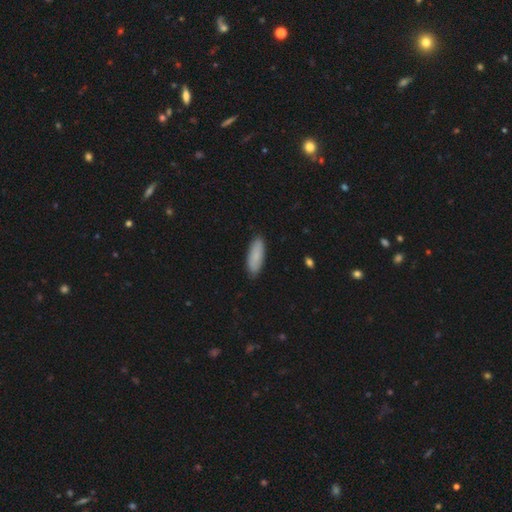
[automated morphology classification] Q: Smooth or featured?
A: smooth (84%); runner-up: featured or disk (10%)
Q: How rounded?
A: in between (65%); runner-up: cigar-shaped (34%)
Q: Merging?
A: none (88%); runner-up: minor disturbance (9%)